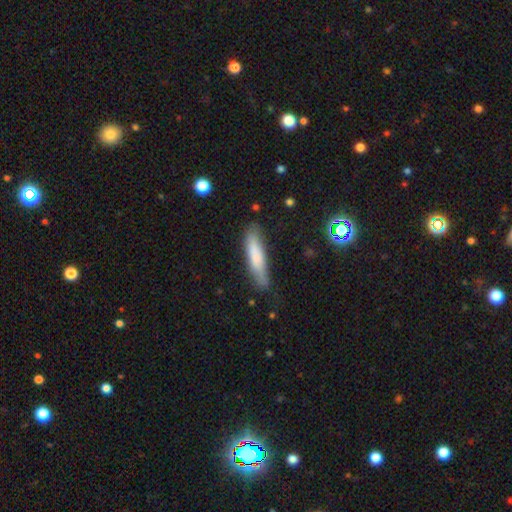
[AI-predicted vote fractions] Smooth or featured? smooth (73%)
How rounded? cigar-shaped (83%)
Merging? none (76%)